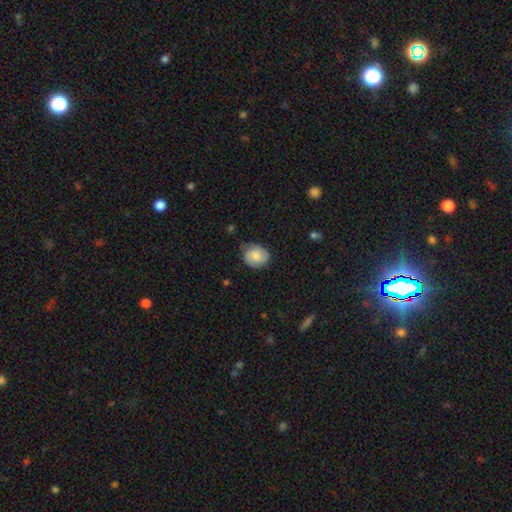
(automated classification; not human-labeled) smooth_or_featured: smooth (p=0.64) [alt: featured or disk p=0.28]
how_rounded: round (p=0.61) [alt: in between p=0.38]
merging: none (p=0.67) [alt: minor disturbance p=0.25]